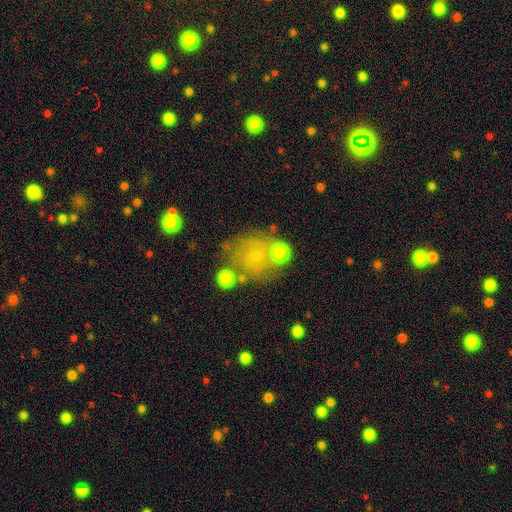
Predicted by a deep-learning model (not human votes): This is possibly a smooth galaxy (47%). Merging: possibly none (58%).